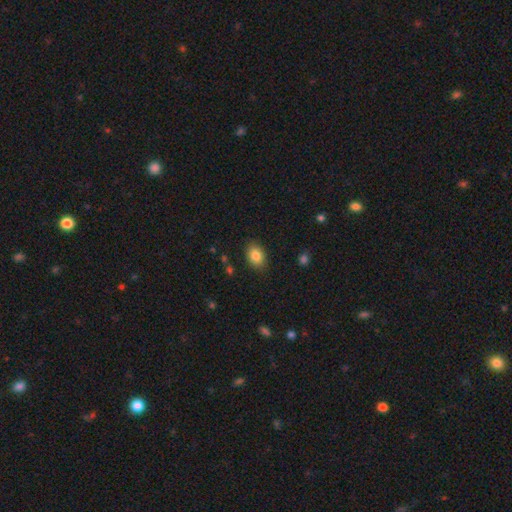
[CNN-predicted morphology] smooth 84%, star or artifact 9%, featured or disk 7%. Down the decision tree: how rounded — in between (75%); merging — none (86%).